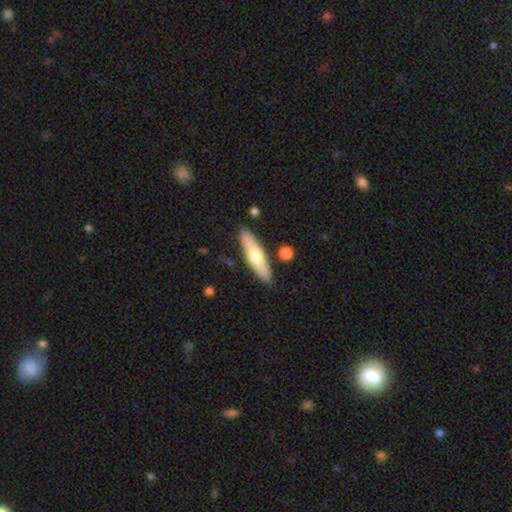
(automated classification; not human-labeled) A smooth galaxy with no disk features (58%) that is cigar-shaped (67%).

Vote fractions:
- Smooth or featured? smooth: 58% / featured or disk: 36% / star or artifact: 5%
- How rounded? cigar-shaped: 67% / in between: 31% / round: 2%
- Merging? none: 87% / minor disturbance: 8% / merger: 3% / major disturbance: 2%